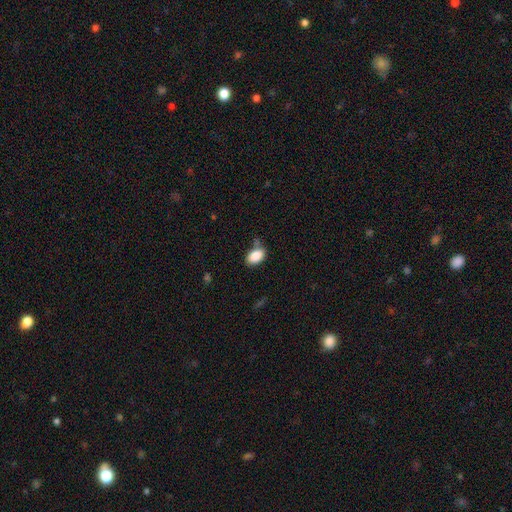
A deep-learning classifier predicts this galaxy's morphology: This is clearly a smooth galaxy (88%). How rounded: clearly in between (90%). Merging: likely none (67%).